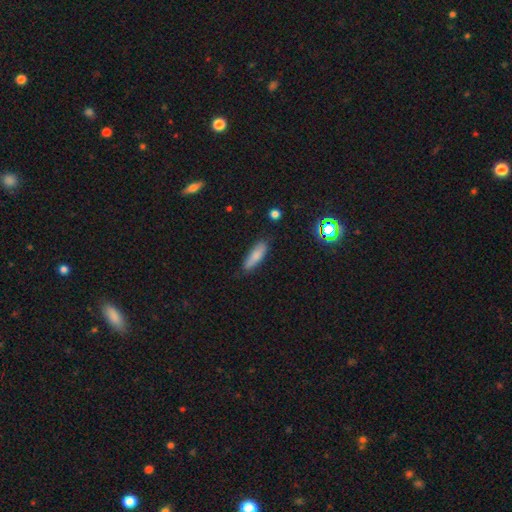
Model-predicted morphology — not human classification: type=smooth (79%); roundness=cigar-shaped (55%); merging=none (78%).